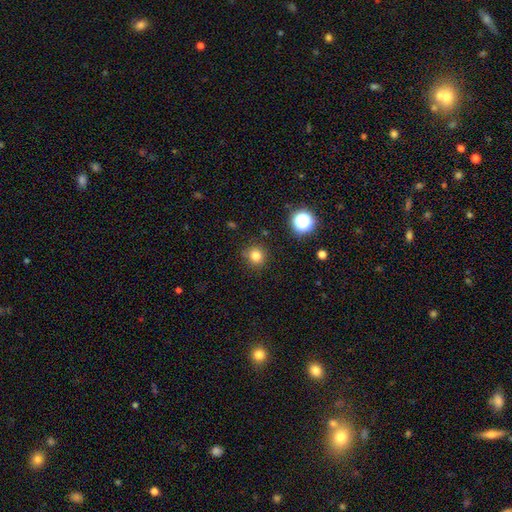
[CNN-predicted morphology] Overall: smooth (80%). How rounded: round (92%). Merging: none (86%).